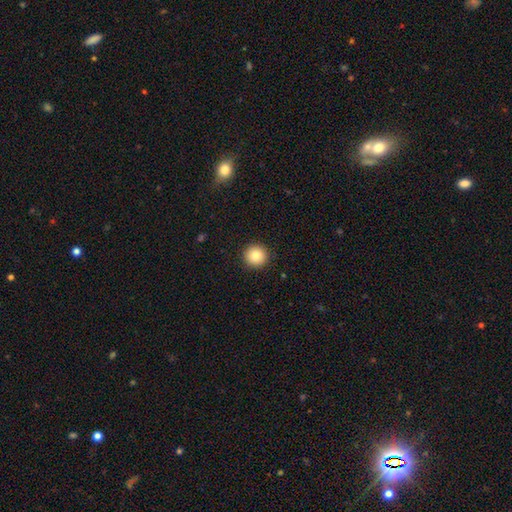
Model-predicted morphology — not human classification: Overall: smooth (85%). How rounded: round (95%). Merging: none (92%).